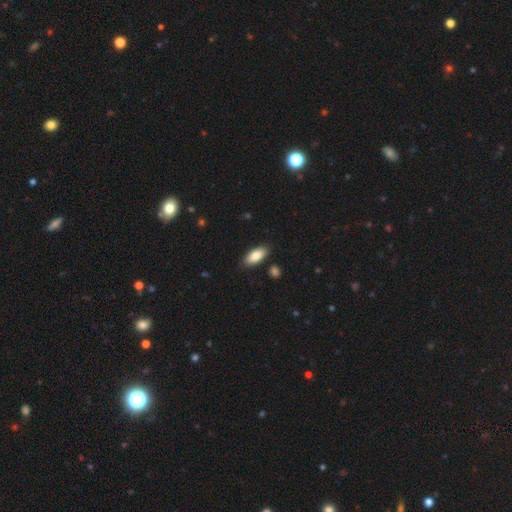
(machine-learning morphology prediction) smooth 84%, featured or disk 10%, star or artifact 6%. Down the decision tree: how rounded — in between (87%); merging — none (87%).